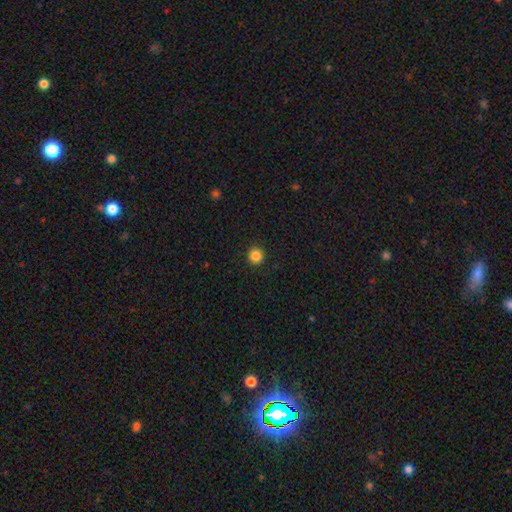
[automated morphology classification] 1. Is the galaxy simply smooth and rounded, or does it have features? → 85% smooth, 11% star or artifact, 4% featured or disk.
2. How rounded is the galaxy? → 95% round, 4% in between, 1% cigar-shaped.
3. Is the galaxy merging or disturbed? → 93% none, 4% minor disturbance, 2% major disturbance, 1% merger.